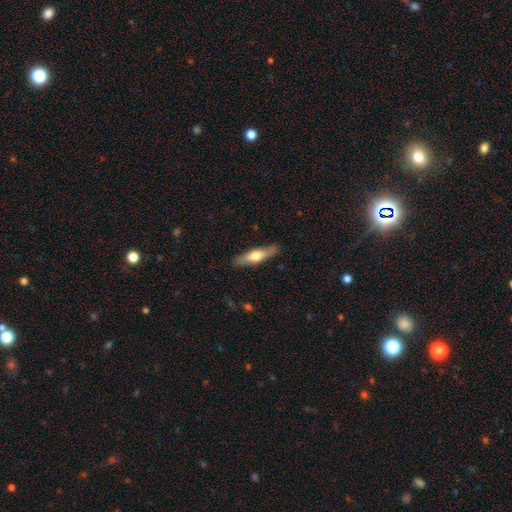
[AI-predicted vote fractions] Morphology: type=smooth (54%); roundness=cigar-shaped (66%); merging=none (86%).